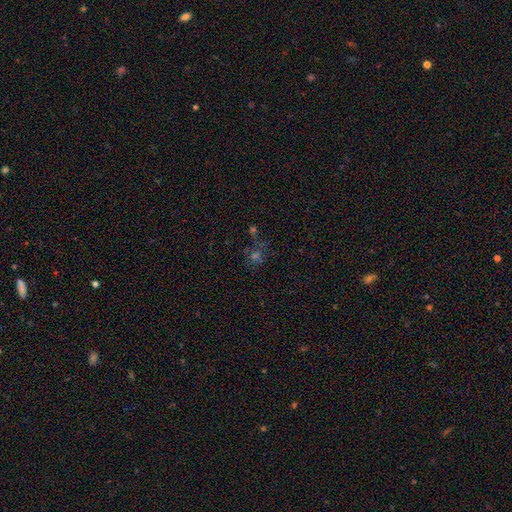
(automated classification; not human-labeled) This is possibly a star or artifact rather than a galaxy (47%).